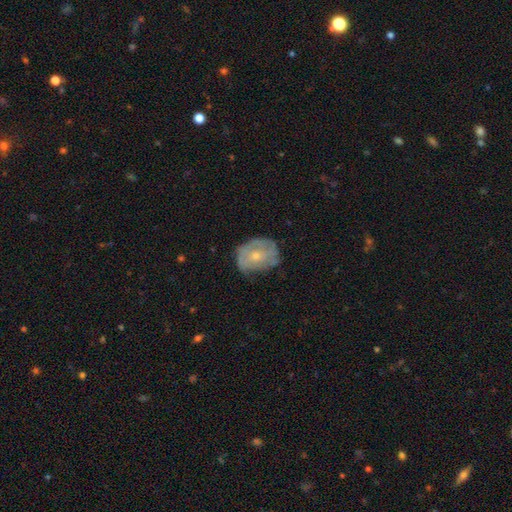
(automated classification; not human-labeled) The model was most divided on "smooth or featured": featured or disk: 51%, smooth: 42%, star or artifact: 8%. More confident: edge-on disk — no (96%); merging — none (57%).